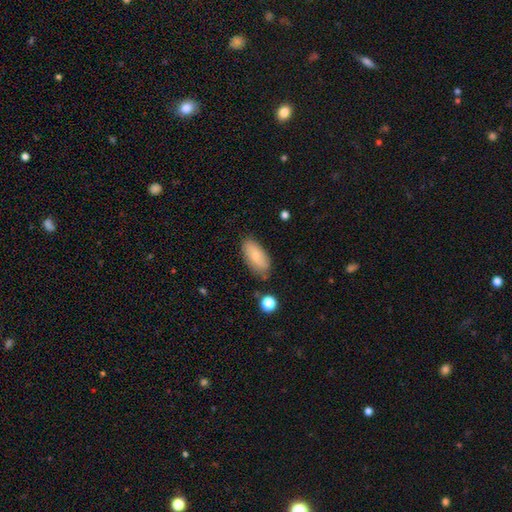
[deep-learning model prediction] This is likely a smooth galaxy (77%). How rounded: clearly in between (89%). Merging: likely none (77%).